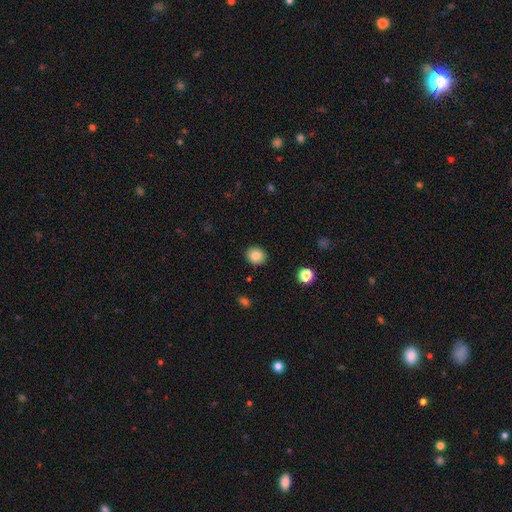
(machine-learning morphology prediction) Smooth or featured? Predicted: smooth (p=0.84). How rounded? Predicted: round (p=0.82). Merging? Predicted: none (p=0.90).